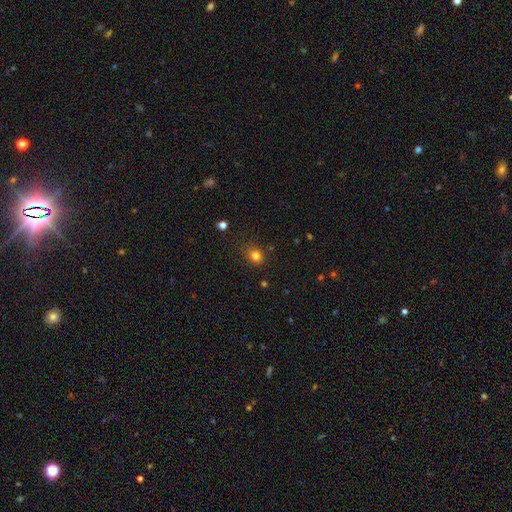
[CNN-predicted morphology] A smooth galaxy with no disk features (79%) that is round (80%). Merging: none (83%).